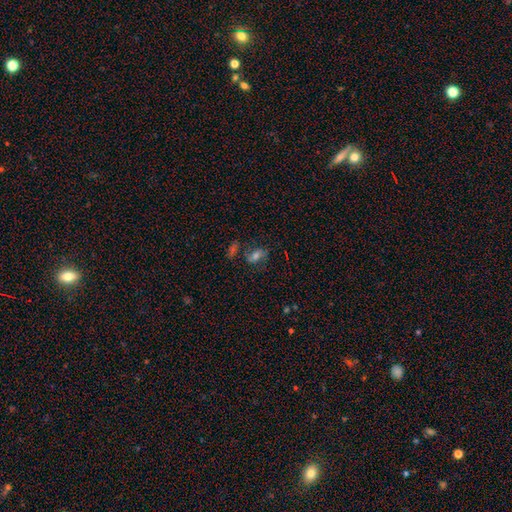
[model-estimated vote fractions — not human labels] A smooth galaxy with no disk features (55%) that is in between round and cigar-shaped (81%).

Vote fractions:
- Smooth or featured? smooth: 55% / featured or disk: 30% / star or artifact: 15%
- How rounded? in between: 81% / round: 13% / cigar-shaped: 5%
- Merging? none: 60% / minor disturbance: 19% / major disturbance: 11% / merger: 10%